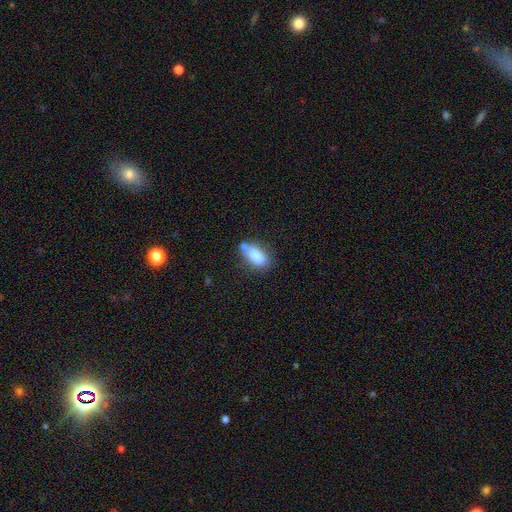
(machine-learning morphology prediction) Smooth or featured?
  - smooth: 80% *
  - featured or disk: 12%
  - star or artifact: 8%
How rounded?
  - in between: 86% *
  - cigar-shaped: 9%
  - round: 4%
Merging?
  - none: 49% *
  - minor disturbance: 23%
  - merger: 20%
  - major disturbance: 7%